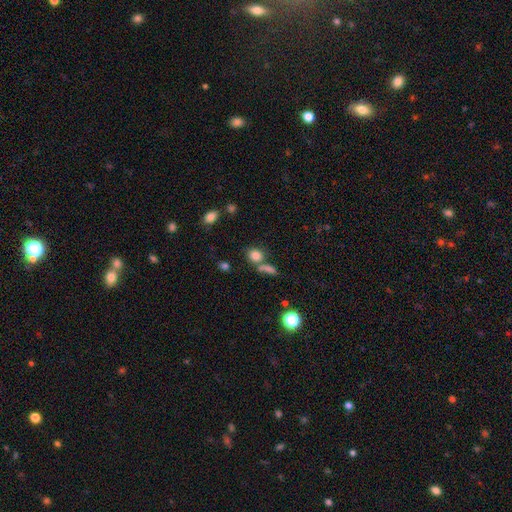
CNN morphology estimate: A smooth galaxy with no disk features (80%) that is round (68%).

Vote fractions:
- Smooth or featured? smooth: 80% / star or artifact: 12% / featured or disk: 7%
- How rounded? round: 68% / in between: 30% / cigar-shaped: 3%
- Merging? none: 56% / merger: 28% / minor disturbance: 10% / major disturbance: 6%